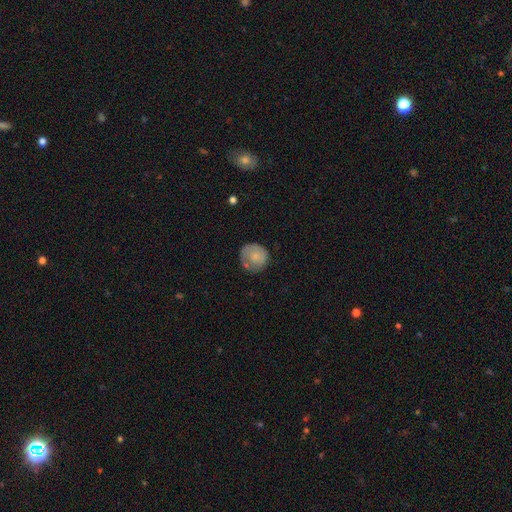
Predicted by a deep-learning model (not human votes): Overall: smooth (71%). How rounded: round (90%). Merging: none (67%).